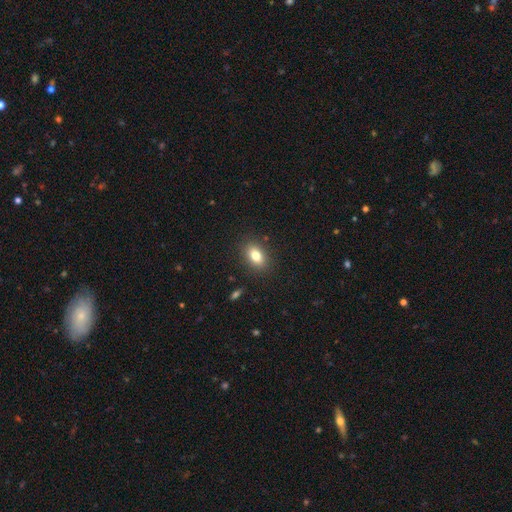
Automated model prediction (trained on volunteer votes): This is clearly a smooth galaxy (81%). How rounded: clearly in between (84%). Merging: clearly none (87%).